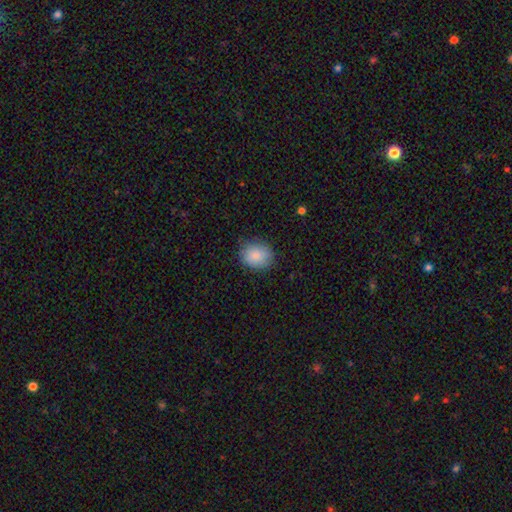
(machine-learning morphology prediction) Smooth or featured: smooth — 85% (star or artifact — 8%)
How rounded: round — 51% (in between — 48%)
Merging: none — 79% (minor disturbance — 16%)